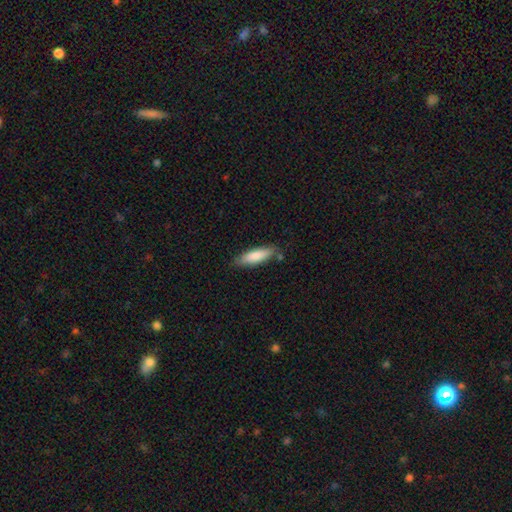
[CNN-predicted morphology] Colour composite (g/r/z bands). It shows a smooth galaxy with no disk features (83%) that is cigar-shaped (61%). Merging: none (80%).